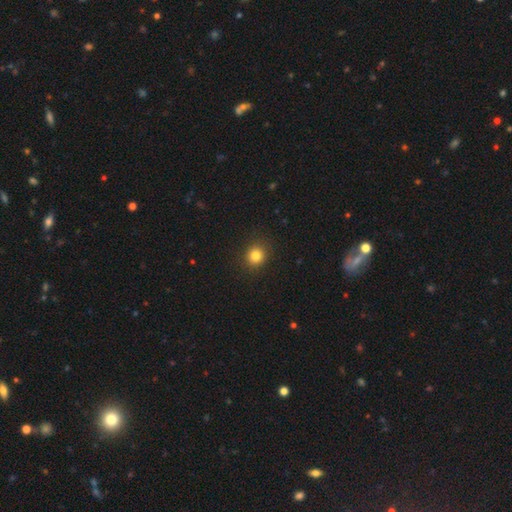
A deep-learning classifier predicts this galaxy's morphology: The model was most divided on "smooth or featured": smooth: 83%, star or artifact: 12%, featured or disk: 5%. More confident: merging — none (90%); how rounded — round (86%).